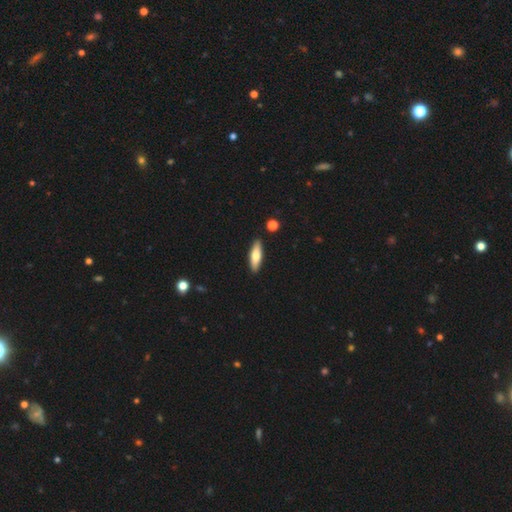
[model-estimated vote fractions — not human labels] Q: Smooth or featured?
A: smooth (65%); runner-up: featured or disk (29%)
Q: How rounded?
A: cigar-shaped (55%); runner-up: in between (43%)
Q: Merging?
A: none (89%); runner-up: minor disturbance (8%)